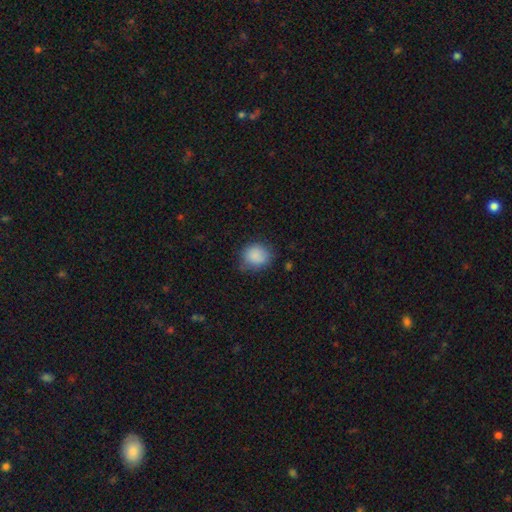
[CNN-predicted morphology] Smooth or featured: smooth — 87% (star or artifact — 8%)
How rounded: round — 75% (in between — 24%)
Merging: none — 71% (minor disturbance — 22%)